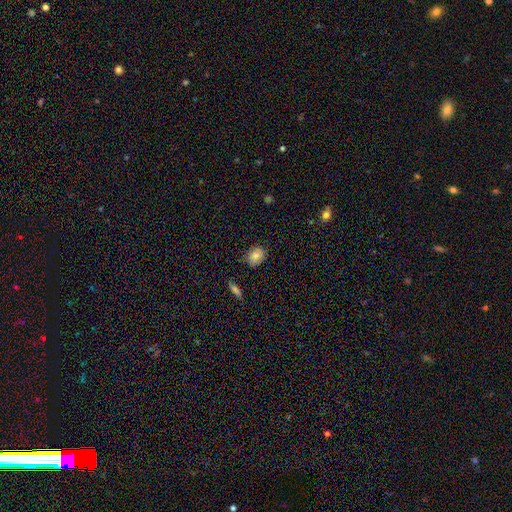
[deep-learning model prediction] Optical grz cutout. It shows a smooth galaxy with no disk features (82%) that is in between round and cigar-shaped (57%). Merging: none (81%).